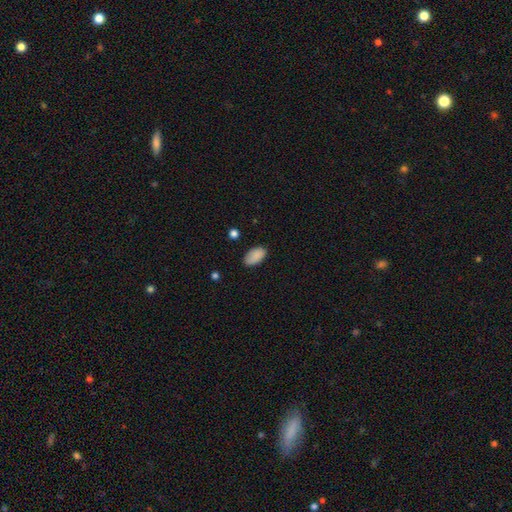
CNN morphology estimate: This is clearly a smooth galaxy (88%). How rounded: clearly in between (94%). Merging: clearly none (82%).